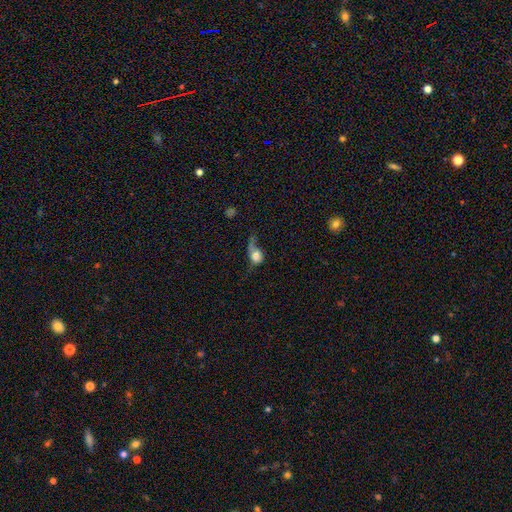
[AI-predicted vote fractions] The model was most divided on "how rounded": round: 51%, in between: 46%, cigar-shaped: 3%. Remaining: smooth or featured — smooth (64%); merging — major disturbance (47%).